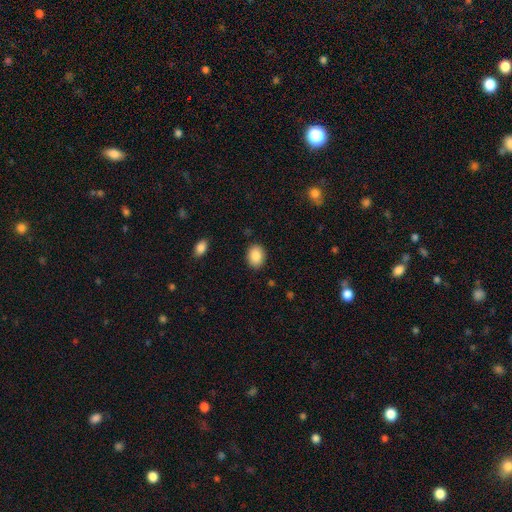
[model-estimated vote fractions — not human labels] This appears to be a smooth galaxy with no disk features (88%) that is in between round and cigar-shaped (62%). Merging: none (87%).